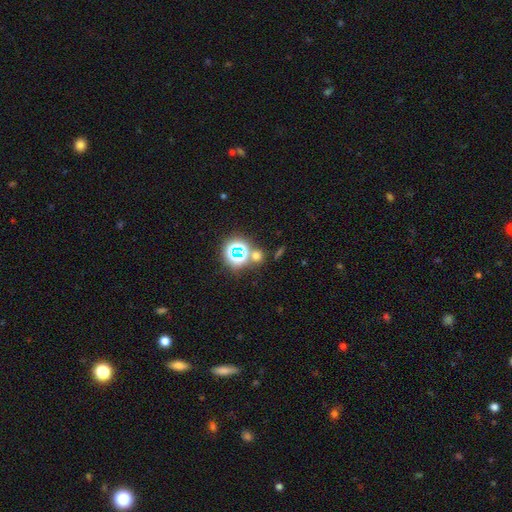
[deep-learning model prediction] A smooth galaxy with no disk features (46%). Merging: none (71%).